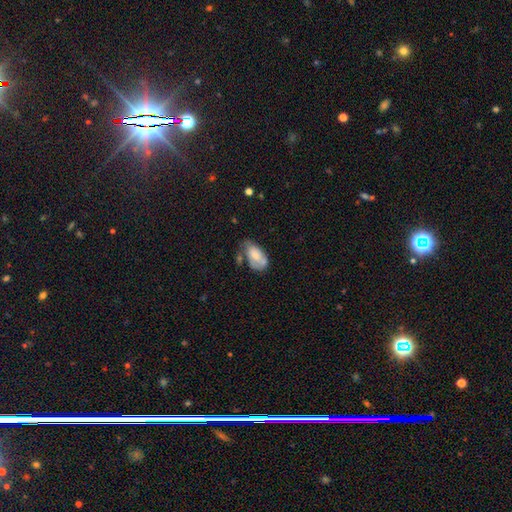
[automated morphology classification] type=smooth (65%); roundness=in between (93%); merging=none (35%, tied with minor disturbance).